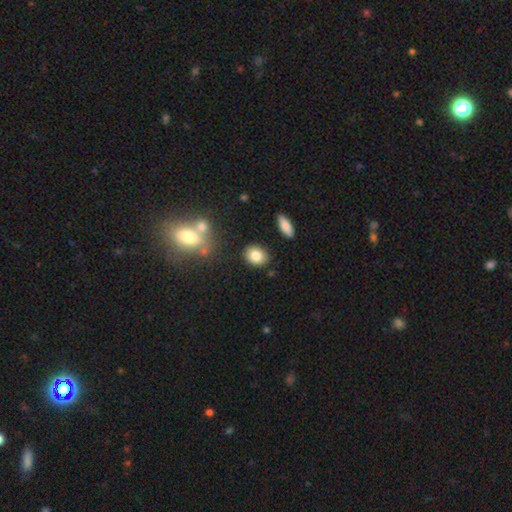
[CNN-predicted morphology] smooth_or_featured: smooth (p=0.83) [alt: star or artifact p=0.09]
how_rounded: in between (p=0.54) [alt: round p=0.44]
merging: none (p=0.83) [alt: minor disturbance p=0.10]